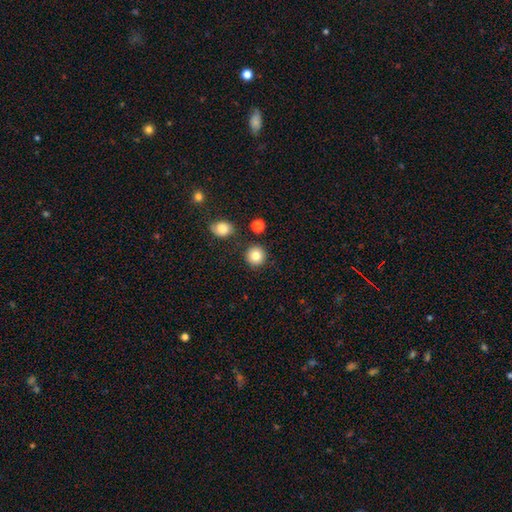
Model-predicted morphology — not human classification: smooth_or_featured: smooth (p=0.83) [alt: star or artifact p=0.10]
how_rounded: round (p=0.92) [alt: in between p=0.07]
merging: none (p=0.86) [alt: minor disturbance p=0.07]